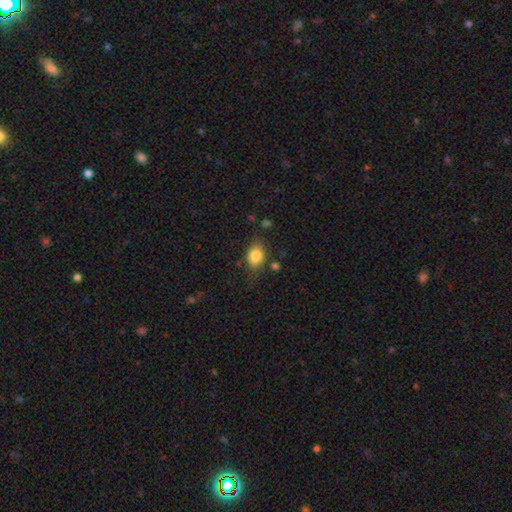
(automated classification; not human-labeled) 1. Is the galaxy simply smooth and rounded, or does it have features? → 82% smooth, 9% star or artifact, 8% featured or disk.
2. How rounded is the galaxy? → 62% in between, 37% round, 1% cigar-shaped.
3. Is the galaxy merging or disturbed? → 73% none, 18% minor disturbance, 5% major disturbance, 4% merger.